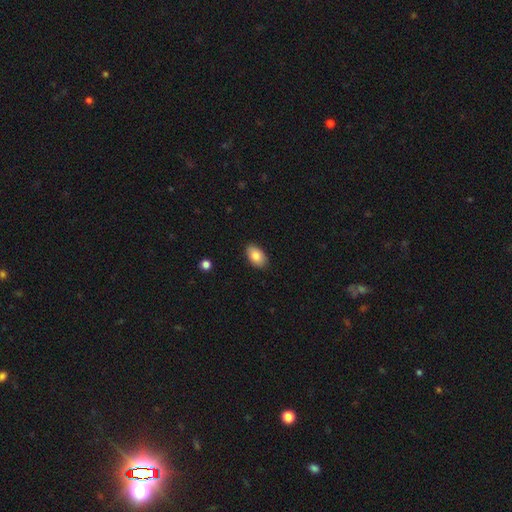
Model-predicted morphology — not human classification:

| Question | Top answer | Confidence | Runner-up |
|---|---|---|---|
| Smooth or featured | smooth | 85% | featured or disk (8%) |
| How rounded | in between | 93% | round (6%) |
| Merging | none | 87% | minor disturbance (10%) |